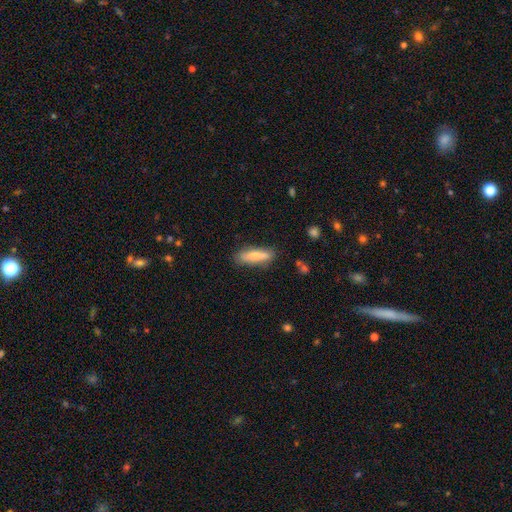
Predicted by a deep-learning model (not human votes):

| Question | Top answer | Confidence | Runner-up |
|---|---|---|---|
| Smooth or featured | smooth | 74% | featured or disk (20%) |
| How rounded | cigar-shaped | 67% | in between (31%) |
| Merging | none | 81% | minor disturbance (14%) |